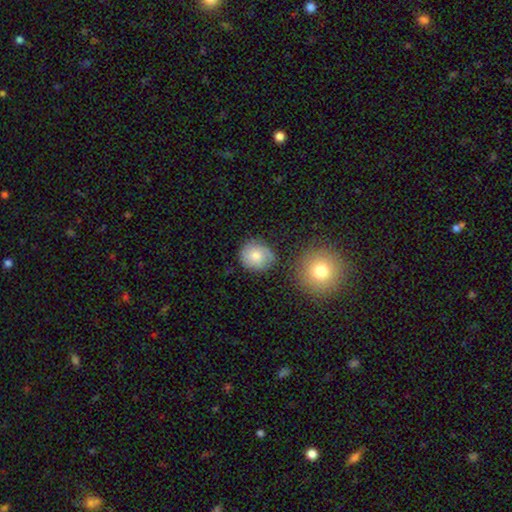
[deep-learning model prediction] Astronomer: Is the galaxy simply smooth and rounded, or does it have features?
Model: smooth — 70%.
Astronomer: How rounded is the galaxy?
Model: round — 82%.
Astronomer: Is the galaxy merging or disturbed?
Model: none — 72%.